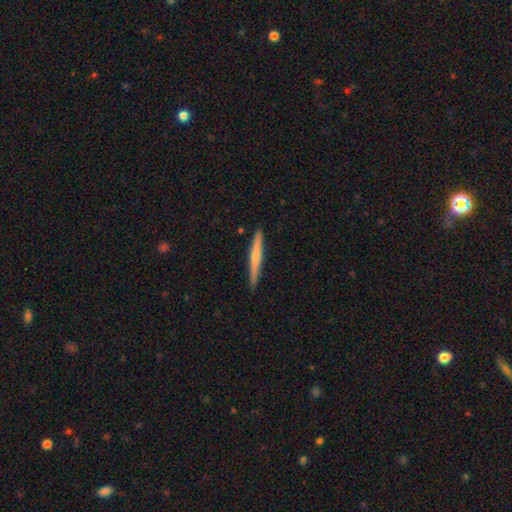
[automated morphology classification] smooth 49%, featured or disk 46%, star or artifact 5%. Down the decision tree: merging — none (91%).